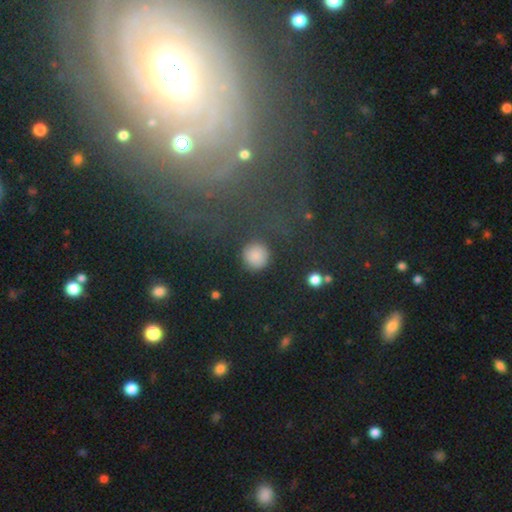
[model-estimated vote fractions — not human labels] A smooth galaxy with no disk features (81%) that is round (91%).

Vote fractions:
- Smooth or featured? smooth: 81% / star or artifact: 13% / featured or disk: 6%
- How rounded? round: 91% / in between: 8% / cigar-shaped: 1%
- Merging? none: 83% / minor disturbance: 10% / major disturbance: 4% / merger: 2%